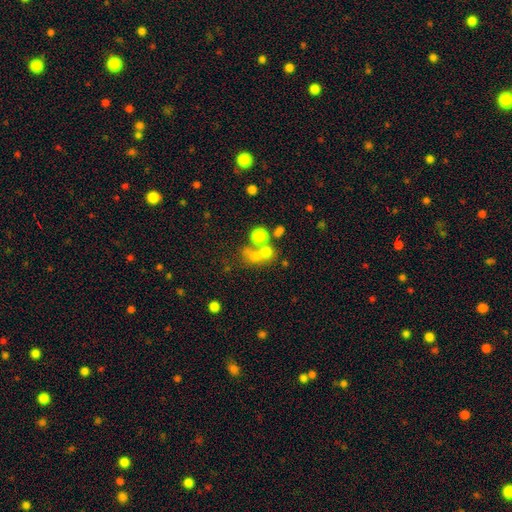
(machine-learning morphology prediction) Smooth or featured?
  - smooth: 57% *
  - star or artifact: 25%
  - featured or disk: 18%
How rounded?
  - round: 75% *
  - in between: 23%
  - cigar-shaped: 2%
Merging?
  - merger: 43% *
  - none: 42%
  - minor disturbance: 8%
  - major disturbance: 7%